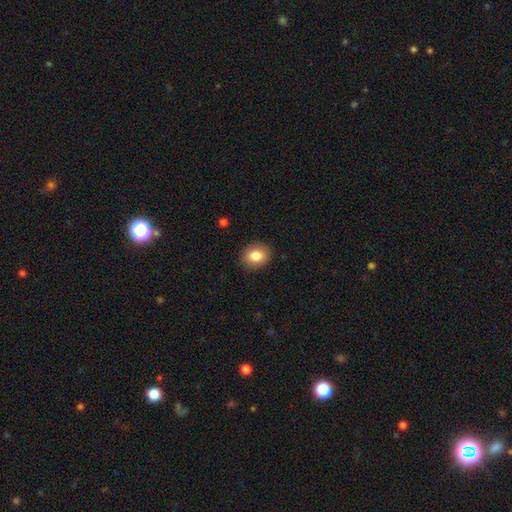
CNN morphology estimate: Smooth or featured?
  - smooth: 85% *
  - star or artifact: 8%
  - featured or disk: 7%
How rounded?
  - in between: 53% *
  - round: 46%
  - cigar-shaped: 1%
Merging?
  - none: 88% *
  - minor disturbance: 9%
  - major disturbance: 2%
  - merger: 1%